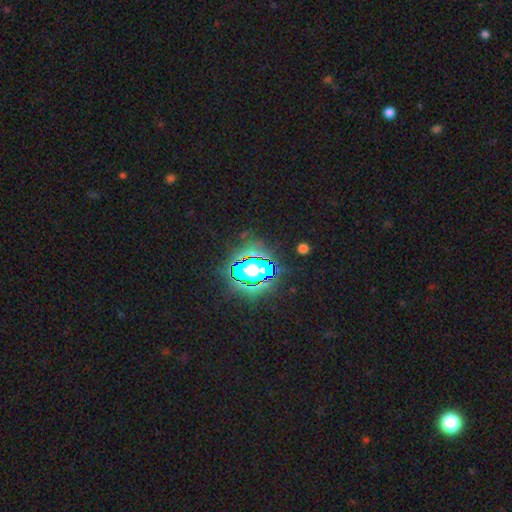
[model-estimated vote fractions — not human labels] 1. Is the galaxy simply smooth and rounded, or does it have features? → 77% star or artifact, 13% smooth, 9% featured or disk.